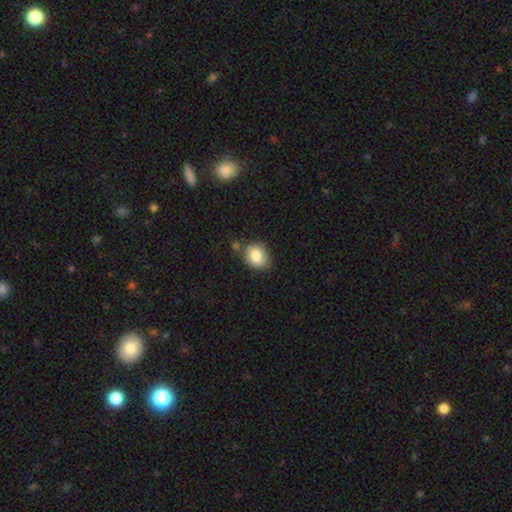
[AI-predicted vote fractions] Smooth or featured? smooth (83%)
How rounded? in between (57%)
Merging? none (64%)